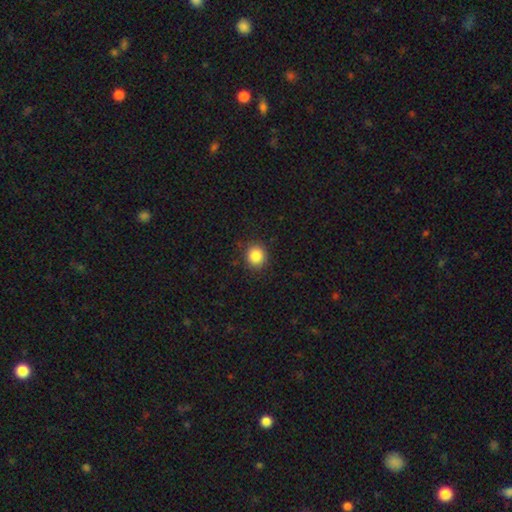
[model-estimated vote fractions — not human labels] Smooth or featured? Predicted: smooth (p=0.86). How rounded? Predicted: round (p=0.86). Merging? Predicted: none (p=0.89).